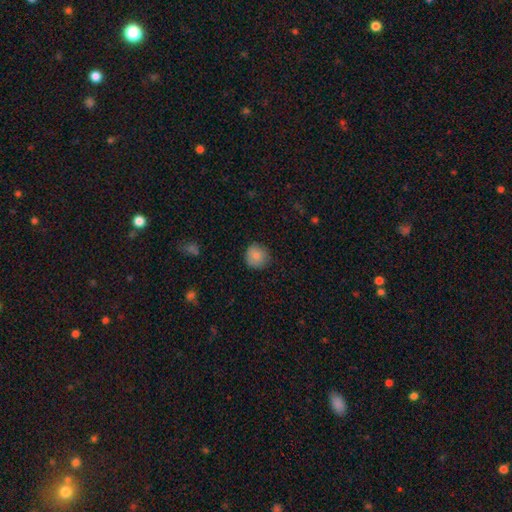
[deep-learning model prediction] A smooth galaxy with no disk features (82%) that is round (92%). Merging: none (83%).